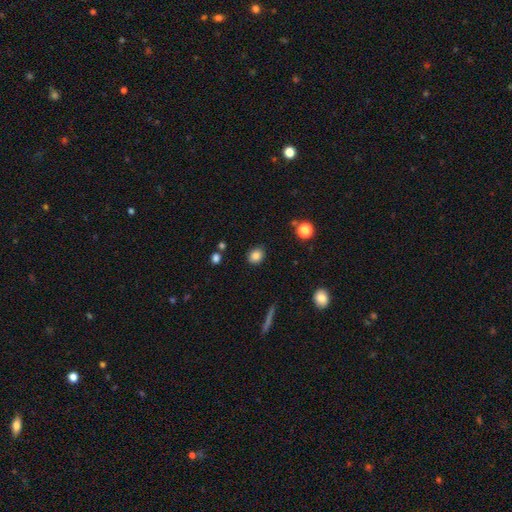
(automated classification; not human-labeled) A smooth galaxy with no disk features (84%) that is round (61%). Merging: none (87%).